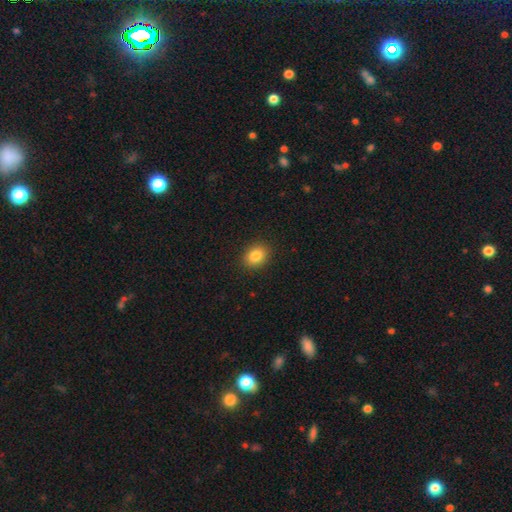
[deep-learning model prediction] Smooth or featured? Predicted: smooth (p=0.84). How rounded? Predicted: in between (p=0.51). Merging? Predicted: none (p=0.90).